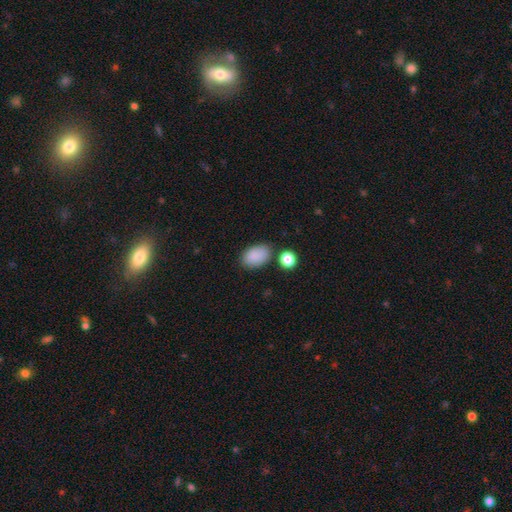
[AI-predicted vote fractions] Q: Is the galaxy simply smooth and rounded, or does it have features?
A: smooth — 88%.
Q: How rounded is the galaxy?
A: in between — 90%.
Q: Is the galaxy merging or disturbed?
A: none — 76%.